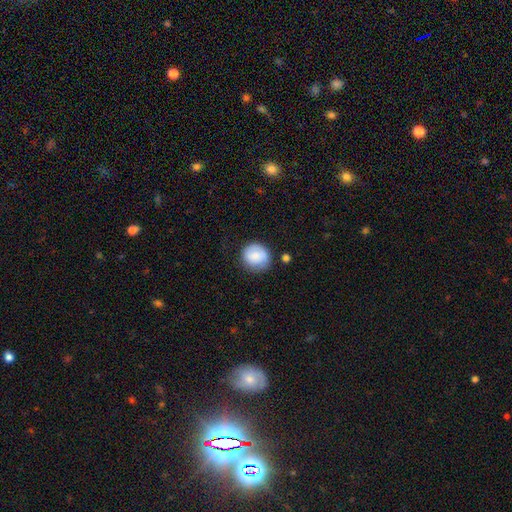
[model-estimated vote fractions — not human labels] A smooth galaxy with no disk features (80%) that is round (85%).

Vote fractions:
- Smooth or featured? smooth: 80% / featured or disk: 13% / star or artifact: 7%
- How rounded? round: 85% / in between: 14% / cigar-shaped: 1%
- Merging? none: 75% / minor disturbance: 18% / major disturbance: 5% / merger: 3%